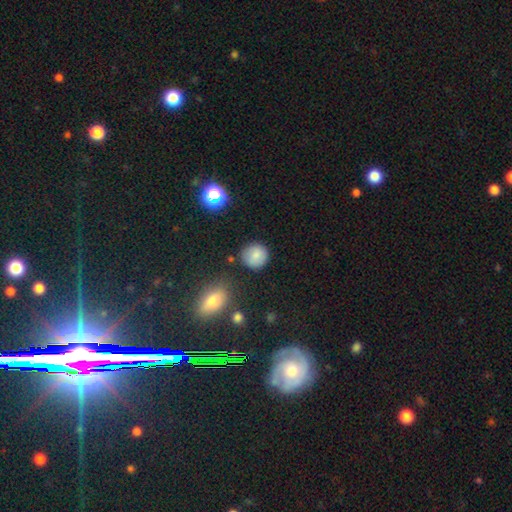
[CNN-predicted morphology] smooth-or-featured: smooth: 82% | star or artifact: 10% | featured or disk: 8%
  how-rounded: round: 91% | in between: 8% | cigar-shaped: 1%
  merging: none: 82% | minor disturbance: 11% | major disturbance: 3% | merger: 3%